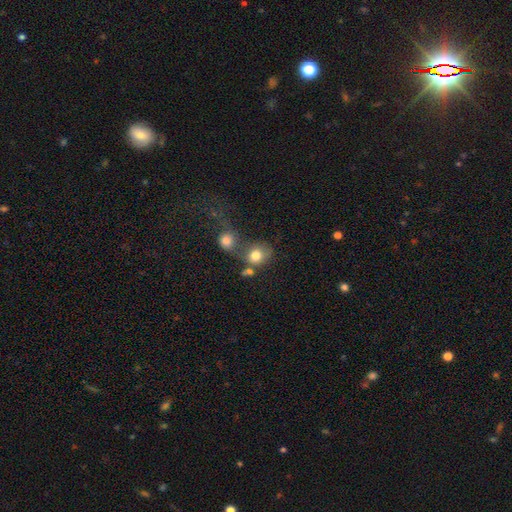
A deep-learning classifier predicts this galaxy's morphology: type=smooth (79%); roundness=round (67%); merging=merger (43%).